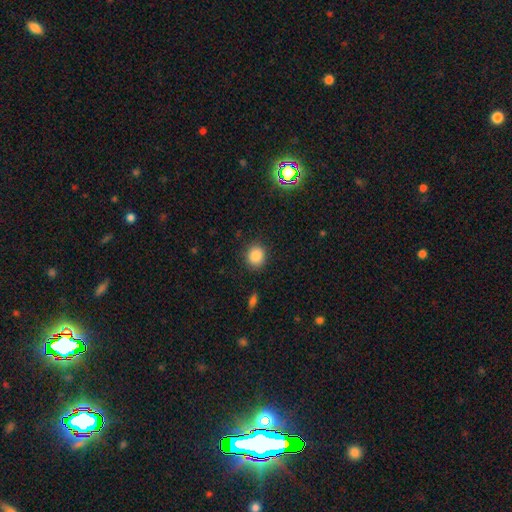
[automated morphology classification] Q: Smooth or featured?
A: smooth (86%); runner-up: star or artifact (10%)
Q: How rounded?
A: round (76%); runner-up: in between (23%)
Q: Merging?
A: none (86%); runner-up: minor disturbance (10%)